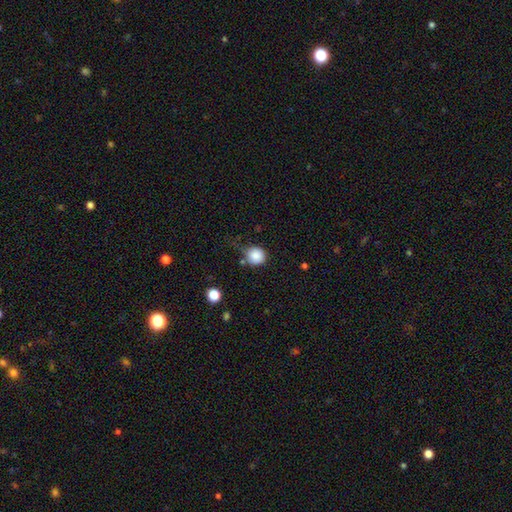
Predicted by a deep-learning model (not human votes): Overall: smooth (86%). How rounded: round (92%). Merging: none (59%; minor disturbance 26%).